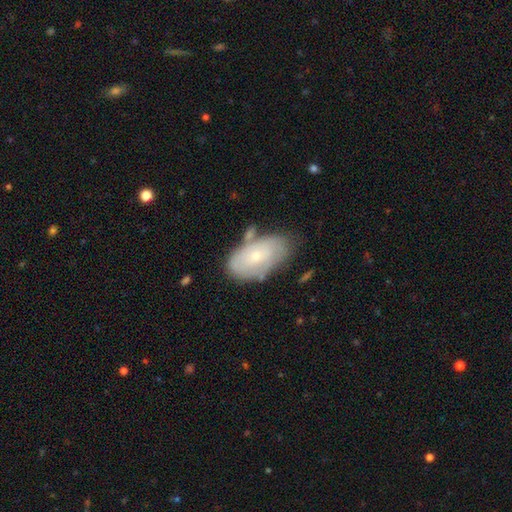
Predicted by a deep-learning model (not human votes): smooth 49%, featured or disk 44%, star or artifact 7%. Down the decision tree: merging — none (59%).